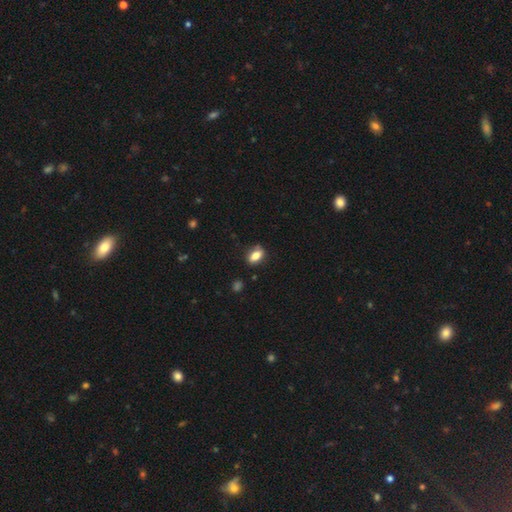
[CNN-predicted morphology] A smooth galaxy with no disk features (79%) that is in between round and cigar-shaped (85%). Merging: none (77%).